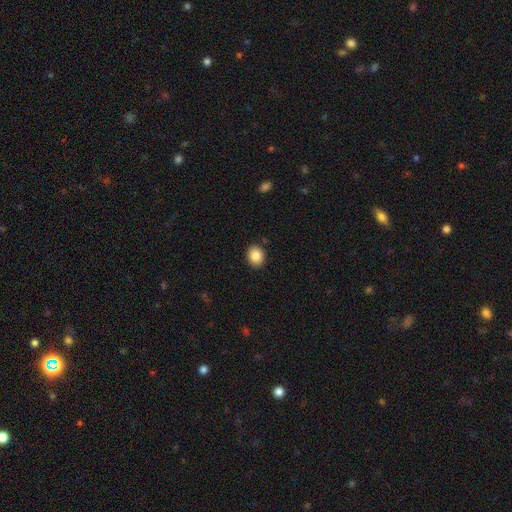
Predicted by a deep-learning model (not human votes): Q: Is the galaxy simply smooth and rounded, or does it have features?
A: smooth — 86%.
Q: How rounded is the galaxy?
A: round — 60%.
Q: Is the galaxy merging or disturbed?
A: none — 89%.